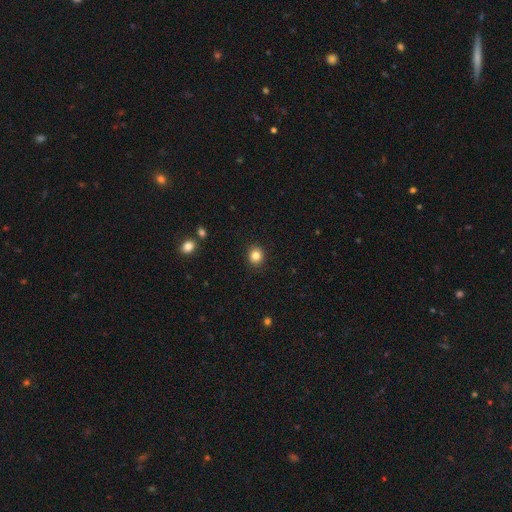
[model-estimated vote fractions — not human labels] smooth 84%, star or artifact 11%, featured or disk 5%. Down the decision tree: how rounded — round (85%); merging — none (92%).